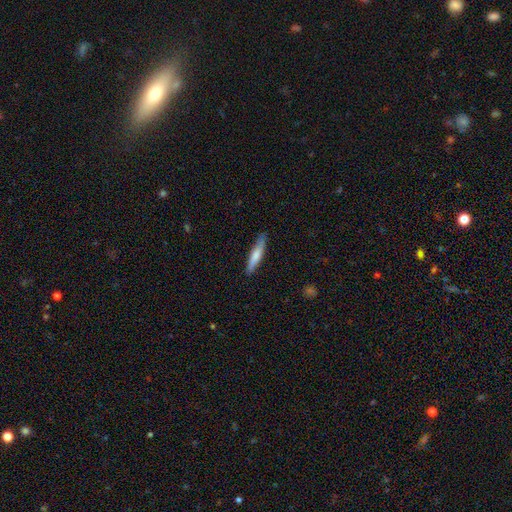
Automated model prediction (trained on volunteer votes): Smooth or featured? Predicted: smooth (p=0.69). How rounded? Predicted: cigar-shaped (p=0.89). Merging? Predicted: none (p=0.87).